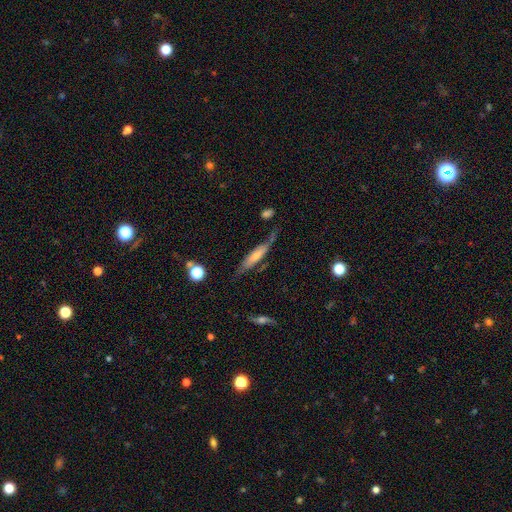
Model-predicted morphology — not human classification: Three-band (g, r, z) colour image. It shows a featured or disk galaxy (54%) viewed edge-on (73%). Merging: none (59%).